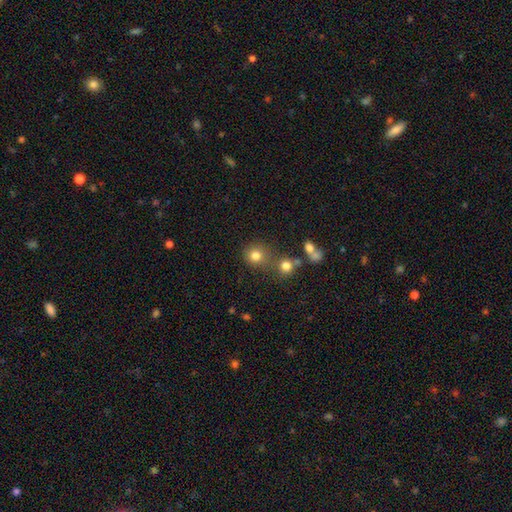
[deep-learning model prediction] Overall: smooth (79%). How rounded: round (89%). Merging: none (66%).